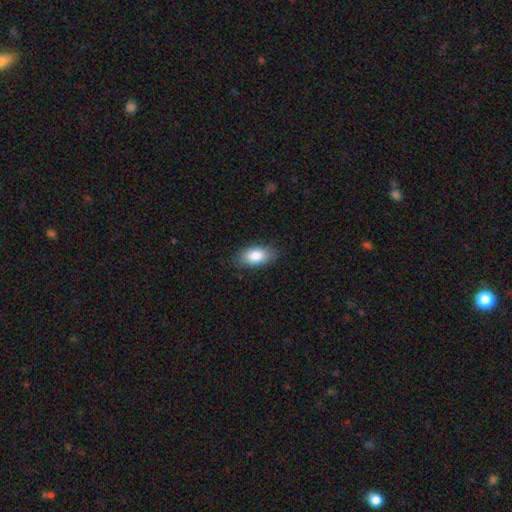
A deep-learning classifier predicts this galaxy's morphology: type=smooth (84%); roundness=in between (92%); merging=none (84%).